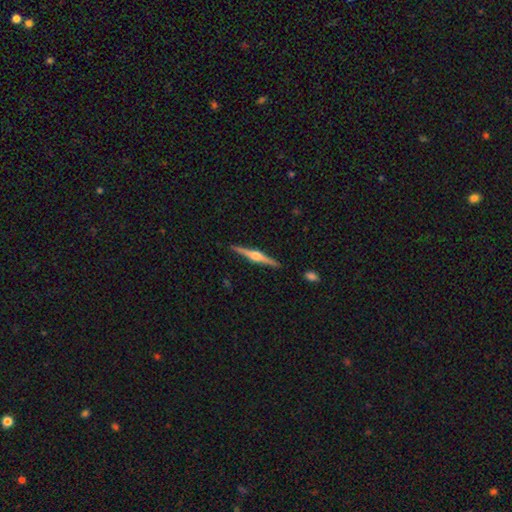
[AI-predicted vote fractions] A featured or disk galaxy (82%) viewed edge-on (99%) with a rounded central bulge (93%). Merging: none (91%).